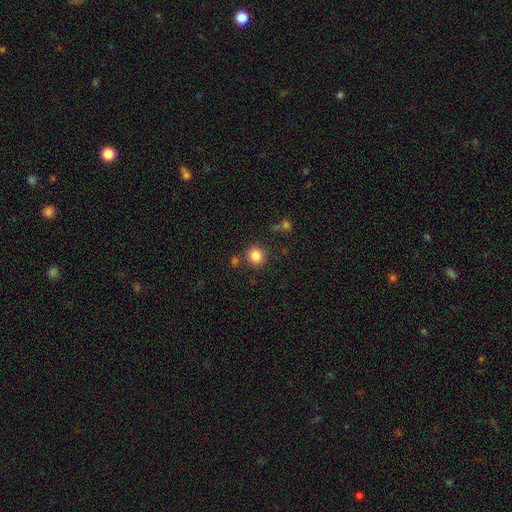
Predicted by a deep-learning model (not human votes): smooth 85%, star or artifact 11%, featured or disk 4%. Down the decision tree: how rounded — round (91%); merging — none (83%).